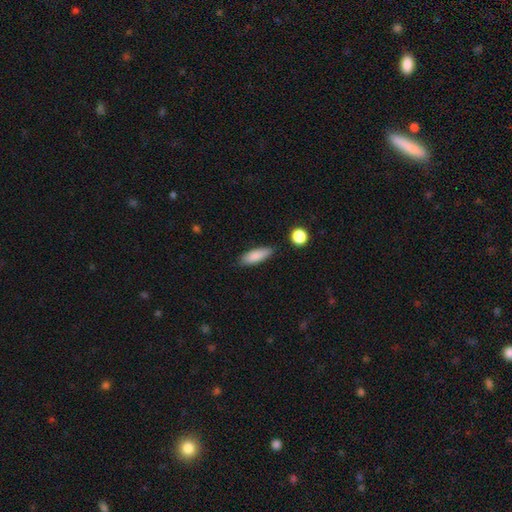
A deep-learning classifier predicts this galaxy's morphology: A smooth galaxy with no disk features (86%) that is in between round and cigar-shaped (62%). Merging: none (82%).